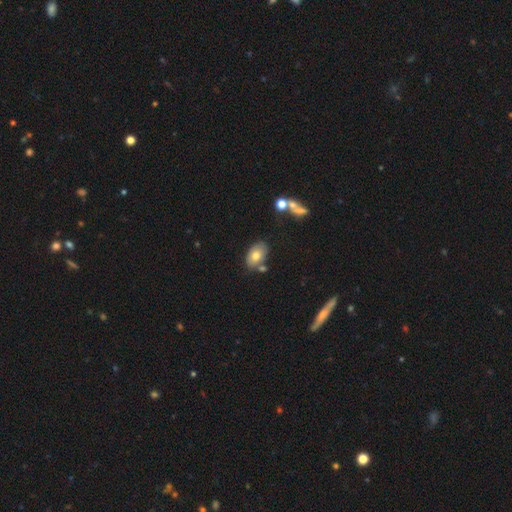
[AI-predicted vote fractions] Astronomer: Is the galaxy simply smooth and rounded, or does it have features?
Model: smooth — 73%.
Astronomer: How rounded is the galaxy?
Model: in between — 89%.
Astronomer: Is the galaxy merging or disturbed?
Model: none — 66%.